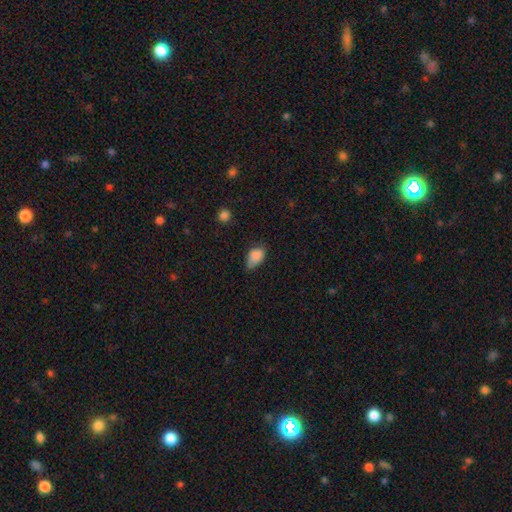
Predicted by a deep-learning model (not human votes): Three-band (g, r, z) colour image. It shows a smooth galaxy with no disk features (85%) that is in between round and cigar-shaped (87%). Merging: none (44%).